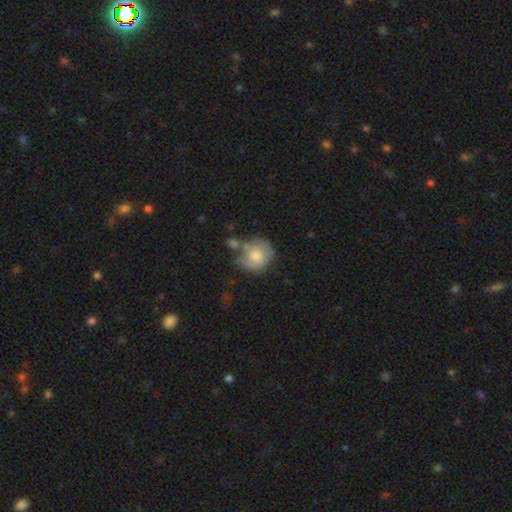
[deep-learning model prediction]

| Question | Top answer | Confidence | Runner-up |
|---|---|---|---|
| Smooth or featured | smooth | 70% | featured or disk (24%) |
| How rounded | round | 79% | in between (20%) |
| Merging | none | 41% | minor disturbance (26%) |